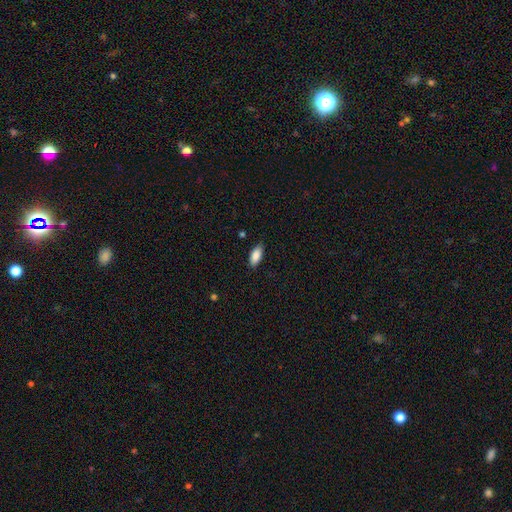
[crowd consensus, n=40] Volunteers were most divided on "how rounded": in between: 74%, cigar-shaped: 20%, round: 6%. More confident: smooth or featured — smooth (88%); merging — none (79%).